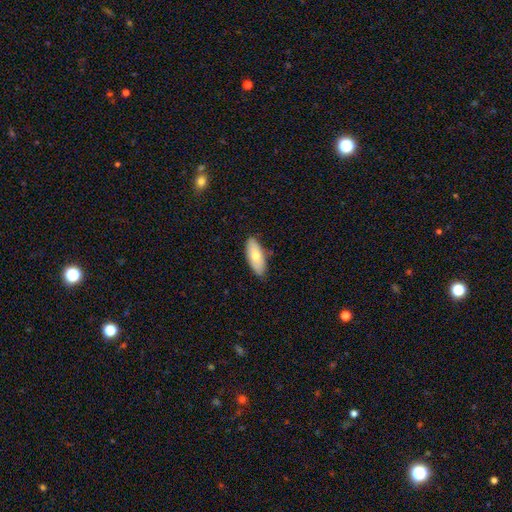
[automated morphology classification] This appears to be a smooth galaxy with no disk features (68%) that is in between round and cigar-shaped (82%). Merging: none (82%).